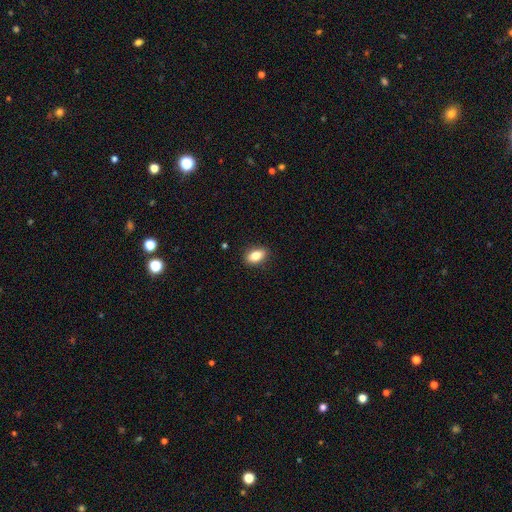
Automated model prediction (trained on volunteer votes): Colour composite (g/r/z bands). It shows a smooth galaxy with no disk features (83%) that is in between round and cigar-shaped (88%). Merging: none (89%).